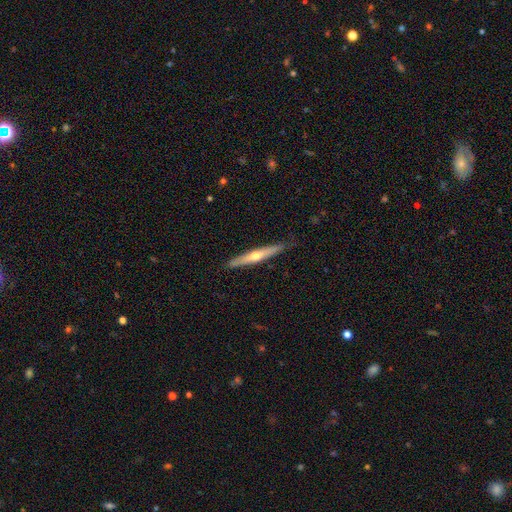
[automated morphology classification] smooth_or_featured: featured or disk (p=0.64) [alt: smooth p=0.30]
disk_edge_on: yes (p=0.96) [alt: no p=0.04]
edge_on_bulge: rounded (p=0.87) [alt: none p=0.11]
merging: none (p=0.86) [alt: minor disturbance p=0.11]